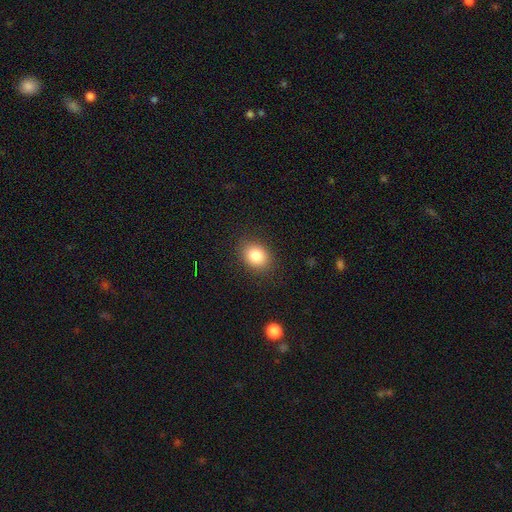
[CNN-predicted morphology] smooth-or-featured: smooth: 83% | star or artifact: 10% | featured or disk: 7%
  how-rounded: in between: 53% | round: 46% | cigar-shaped: 1%
  merging: none: 87% | minor disturbance: 9% | major disturbance: 3% | merger: 1%